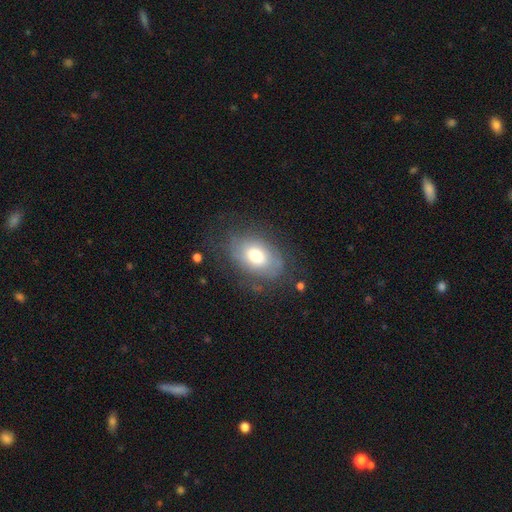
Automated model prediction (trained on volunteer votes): Smooth or featured?
  - smooth: 55% *
  - featured or disk: 37%
  - star or artifact: 9%
How rounded?
  - in between: 86% *
  - round: 13%
  - cigar-shaped: 1%
Merging?
  - none: 67% *
  - minor disturbance: 20%
  - major disturbance: 11%
  - merger: 1%